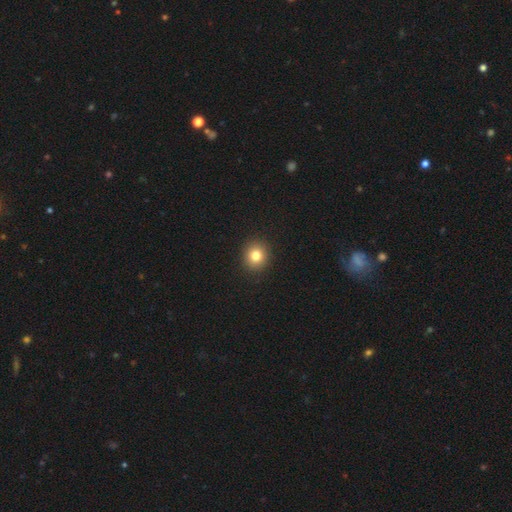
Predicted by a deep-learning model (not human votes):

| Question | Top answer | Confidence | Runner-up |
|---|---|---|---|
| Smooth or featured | smooth | 81% | star or artifact (11%) |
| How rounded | round | 85% | in between (14%) |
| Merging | none | 92% | minor disturbance (5%) |